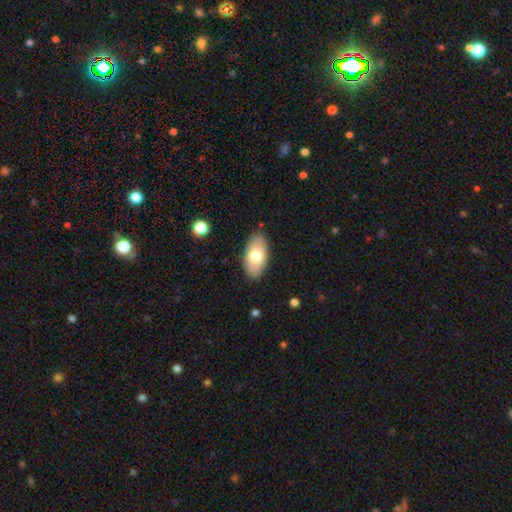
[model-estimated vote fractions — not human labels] smooth-or-featured: smooth: 74% | featured or disk: 20% | star or artifact: 6%
  how-rounded: in between: 94% | cigar-shaped: 3% | round: 3%
  merging: none: 87% | minor disturbance: 10% | major disturbance: 2% | merger: 1%